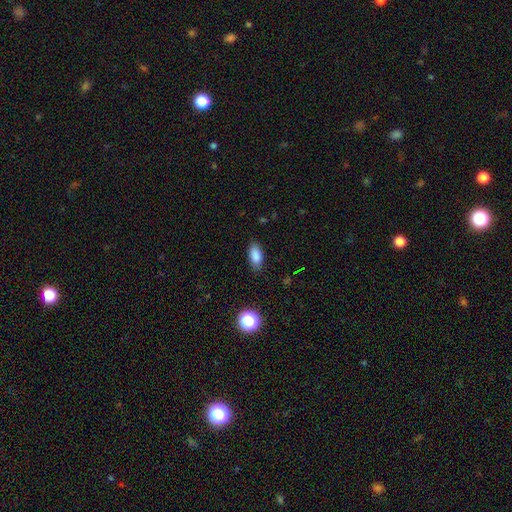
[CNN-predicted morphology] type=smooth (86%); roundness=in between (87%); merging=none (85%).